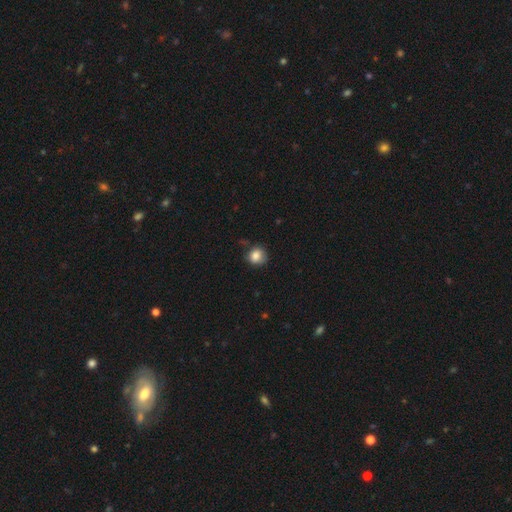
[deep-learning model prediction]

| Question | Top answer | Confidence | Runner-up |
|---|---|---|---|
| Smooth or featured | smooth | 84% | star or artifact (9%) |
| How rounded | round | 81% | in between (18%) |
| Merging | none | 72% | minor disturbance (21%) |